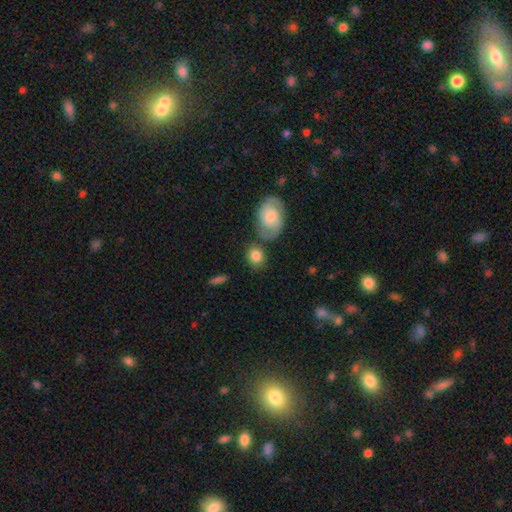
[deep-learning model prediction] Smooth or featured? Predicted: smooth (p=0.80). How rounded? Predicted: round (p=0.58). Merging? Predicted: none (p=0.60).